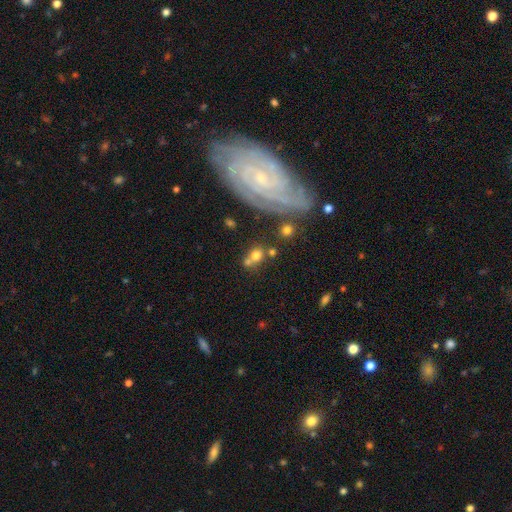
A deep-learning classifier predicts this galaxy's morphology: A smooth galaxy with no disk features (66%) that is round (62%).

Vote fractions:
- Smooth or featured? smooth: 66% / featured or disk: 21% / star or artifact: 14%
- How rounded? round: 62% / in between: 35% / cigar-shaped: 3%
- Merging? none: 48% / merger: 32% / minor disturbance: 13% / major disturbance: 7%